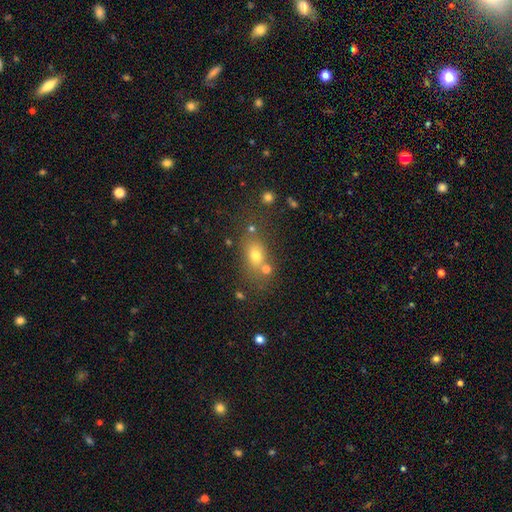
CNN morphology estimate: Smooth or featured?
  - smooth: 67% *
  - star or artifact: 17%
  - featured or disk: 15%
How rounded?
  - in between: 64% *
  - round: 32%
  - cigar-shaped: 4%
Merging?
  - none: 63% *
  - merger: 16%
  - minor disturbance: 14%
  - major disturbance: 7%